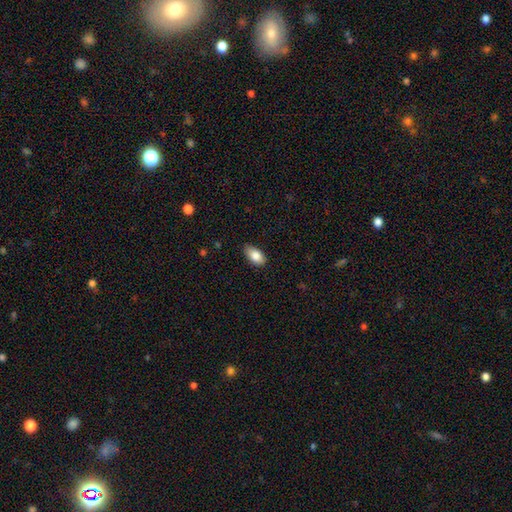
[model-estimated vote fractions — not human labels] Smooth or featured? smooth (83%)
How rounded? in between (92%)
Merging? none (80%)